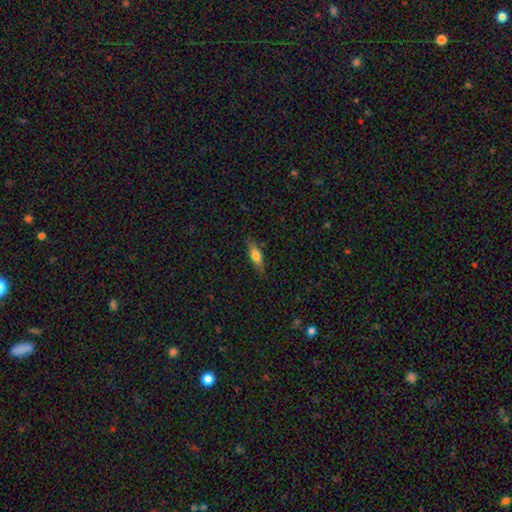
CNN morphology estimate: Smooth or featured: smooth — 65% (featured or disk — 28%)
How rounded: in between — 49% (cigar-shaped — 48%)
Merging: none — 83% (minor disturbance — 13%)